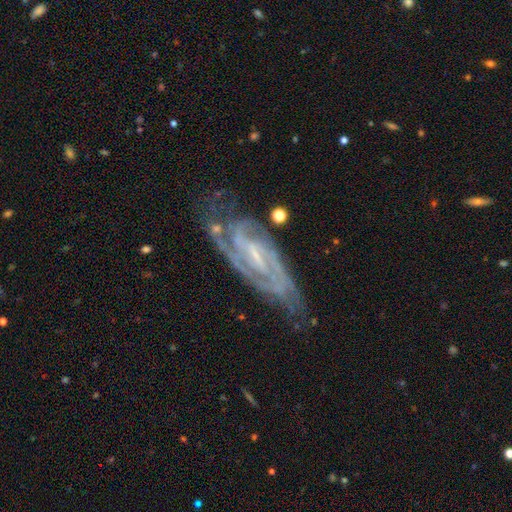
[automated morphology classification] Smooth or featured? Predicted: featured or disk (p=0.88). Edge-on disk? Predicted: no (p=0.92). Bar? Predicted: weak (p=0.45). Spiral arms? Predicted: yes (p=0.97). Spiral winding? Predicted: tight (p=0.54). Spiral arm count? Predicted: 2 (p=0.63). Bulge size? Predicted: small (p=0.62). Merging? Predicted: none (p=0.69).